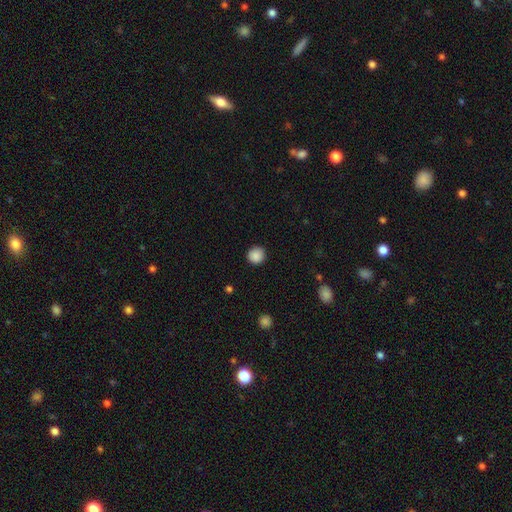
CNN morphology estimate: Smooth or featured? Predicted: smooth (p=0.88). How rounded? Predicted: round (p=0.92). Merging? Predicted: none (p=0.91).